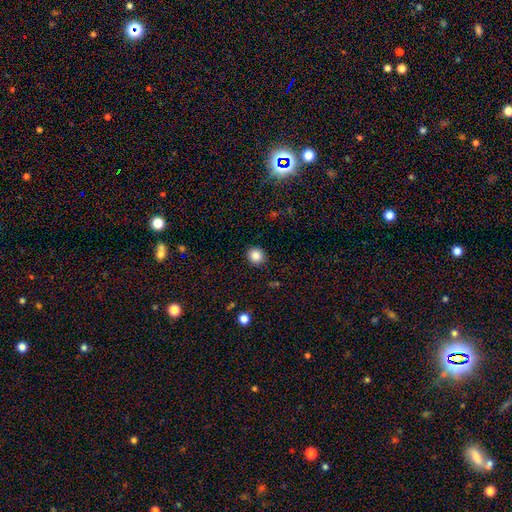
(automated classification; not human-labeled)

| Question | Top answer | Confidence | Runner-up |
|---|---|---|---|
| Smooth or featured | smooth | 85% | star or artifact (10%) |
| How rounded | round | 83% | in between (16%) |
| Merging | none | 91% | minor disturbance (6%) |